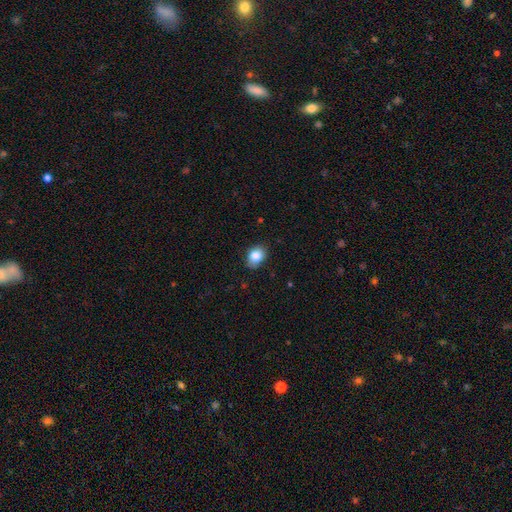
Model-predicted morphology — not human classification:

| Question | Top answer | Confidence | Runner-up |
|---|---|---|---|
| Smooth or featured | smooth | 84% | star or artifact (9%) |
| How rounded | in between | 66% | round (33%) |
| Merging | none | 82% | minor disturbance (14%) |